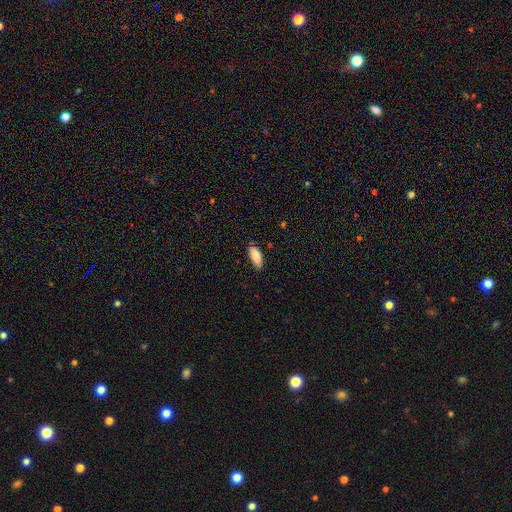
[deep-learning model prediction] Morphology: type=smooth (82%); roundness=in between (69%); merging=none (83%).